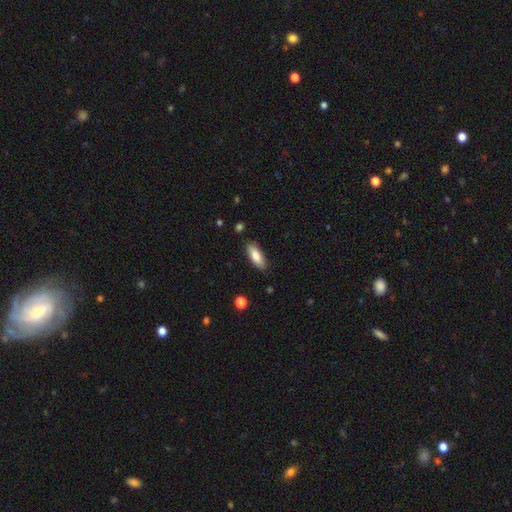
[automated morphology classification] smooth-or-featured: smooth: 81% | featured or disk: 13% | star or artifact: 6%
  how-rounded: in between: 67% | cigar-shaped: 31% | round: 2%
  merging: none: 85% | minor disturbance: 11% | major disturbance: 2% | merger: 1%